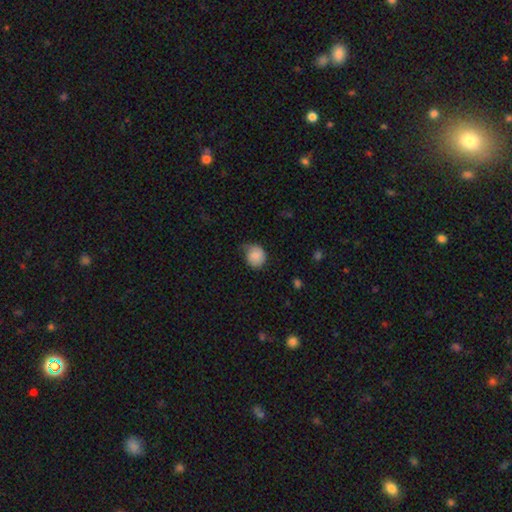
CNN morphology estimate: Smooth or featured? smooth (82%)
How rounded? round (73%)
Merging? none (49%)